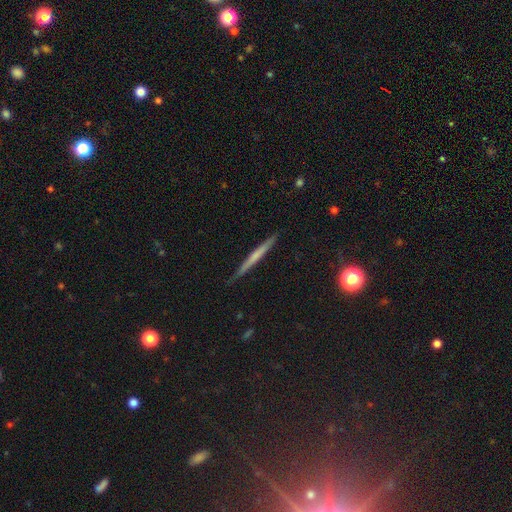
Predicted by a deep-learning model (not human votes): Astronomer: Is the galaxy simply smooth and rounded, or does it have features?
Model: featured or disk — 49% (runner-up: smooth, 44%).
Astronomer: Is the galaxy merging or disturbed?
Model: none — 89%.